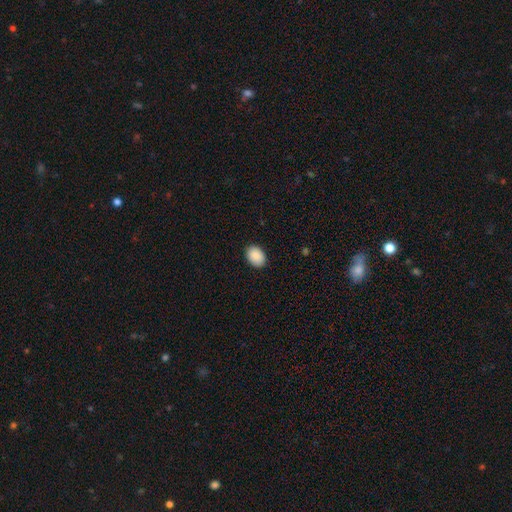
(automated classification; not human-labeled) Smooth or featured?
  - smooth: 90% *
  - star or artifact: 7%
  - featured or disk: 3%
How rounded?
  - in between: 78% *
  - round: 22%
  - cigar-shaped: 1%
Merging?
  - none: 88% *
  - minor disturbance: 9%
  - major disturbance: 2%
  - merger: 1%